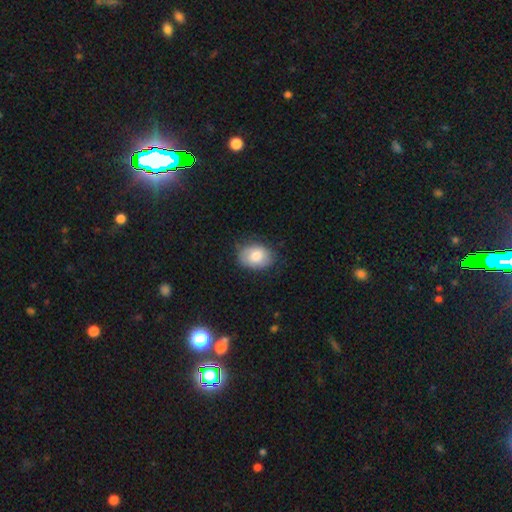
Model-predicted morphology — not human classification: Smooth or featured? Predicted: smooth (p=0.79). How rounded? Predicted: in between (p=0.72). Merging? Predicted: none (p=0.76).